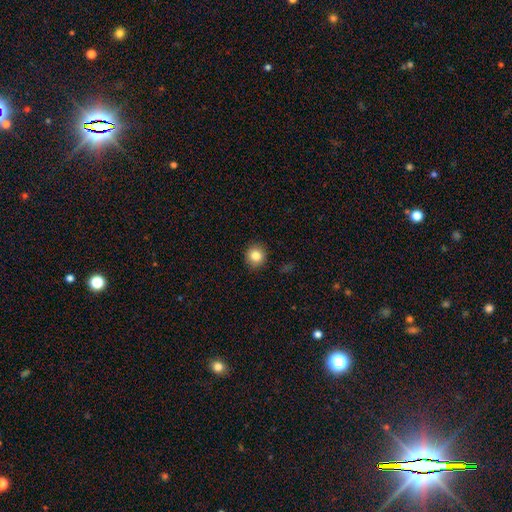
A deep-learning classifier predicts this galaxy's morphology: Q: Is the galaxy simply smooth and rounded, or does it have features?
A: smooth — 83%.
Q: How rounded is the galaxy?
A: round — 88%.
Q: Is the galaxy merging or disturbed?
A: none — 91%.